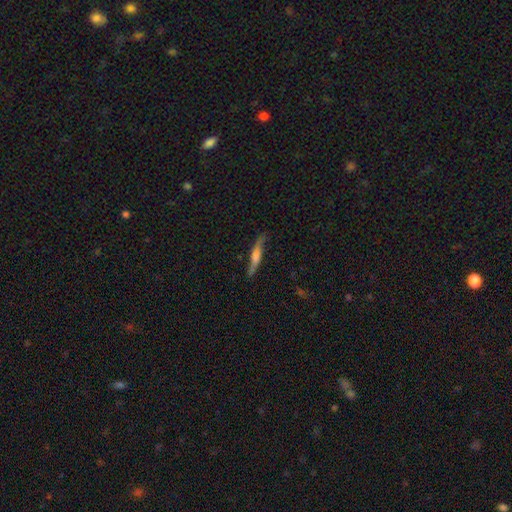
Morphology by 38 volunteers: This is likely a featured or disk galaxy (79%). It is clearly viewed edge-on (100%). Edge-on bulge: likely rounded (60%). Merging: clearly none (84%).